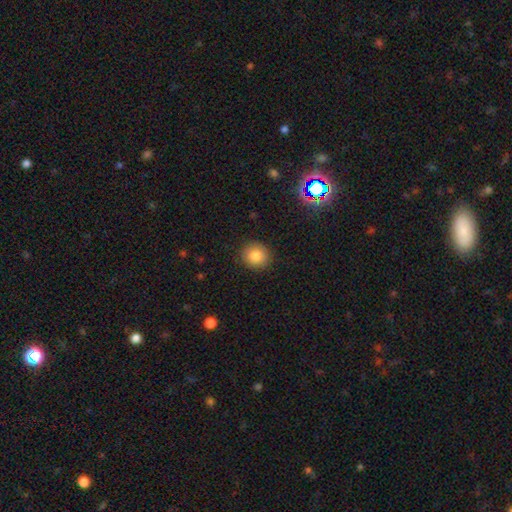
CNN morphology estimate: Smooth or featured? Predicted: smooth (p=0.82). How rounded? Predicted: round (p=0.89). Merging? Predicted: none (p=0.89).